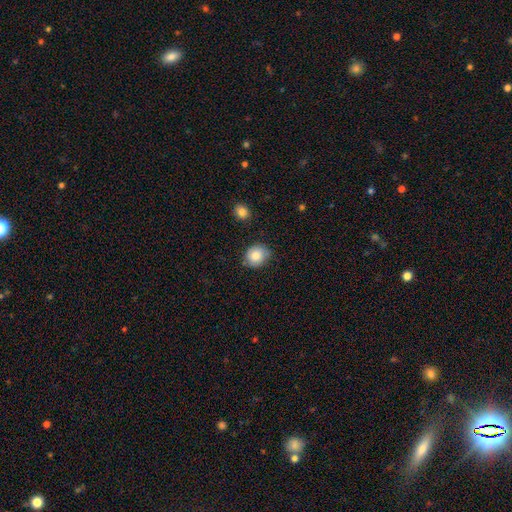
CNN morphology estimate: Smooth or featured? Predicted: smooth (p=0.83). How rounded? Predicted: round (p=0.65). Merging? Predicted: none (p=0.76).